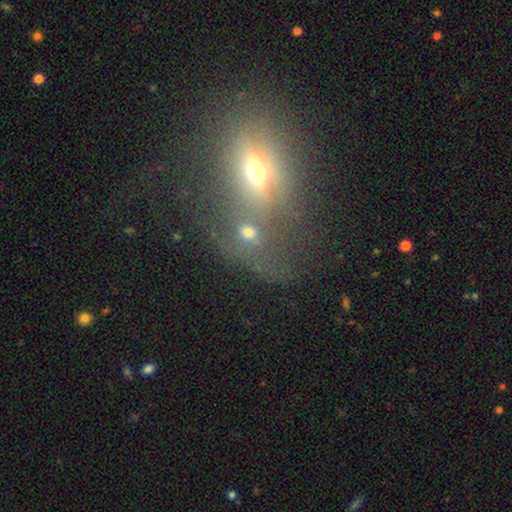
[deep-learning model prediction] A smooth galaxy with no disk features (46%).

Vote fractions:
- Smooth or featured? smooth: 46% / featured or disk: 29% / star or artifact: 25%
- Merging? merger: 50% / none: 24% / major disturbance: 15% / minor disturbance: 11%